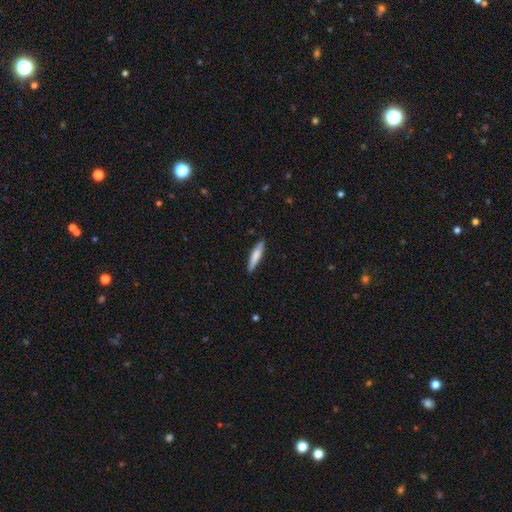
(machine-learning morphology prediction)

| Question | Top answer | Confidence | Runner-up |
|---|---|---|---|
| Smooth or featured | smooth | 75% | featured or disk (20%) |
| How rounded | cigar-shaped | 89% | in between (10%) |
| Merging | none | 89% | minor disturbance (8%) |